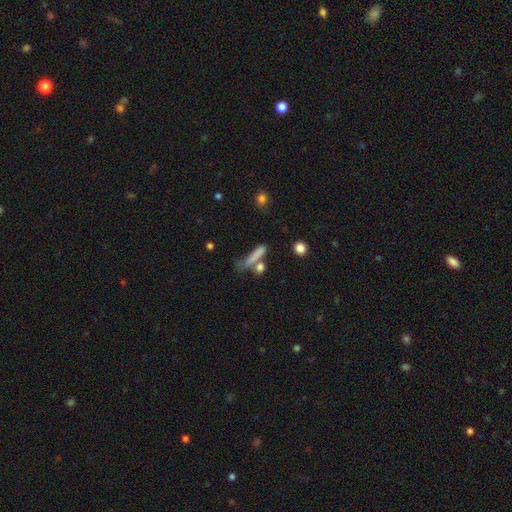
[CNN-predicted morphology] The model was most divided on "merging": none: 46%, merger: 23%, minor disturbance: 18%, major disturbance: 13%. More confident: how rounded — cigar-shaped (77%); smooth or featured — smooth (72%).